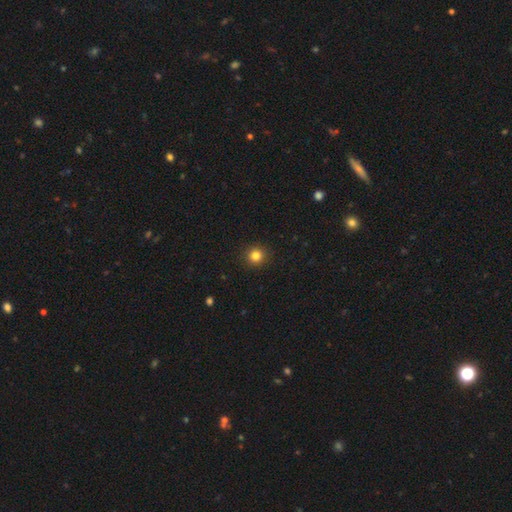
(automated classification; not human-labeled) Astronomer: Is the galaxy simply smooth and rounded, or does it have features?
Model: smooth — 82%.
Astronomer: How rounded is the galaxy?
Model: round — 94%.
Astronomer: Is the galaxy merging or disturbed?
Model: none — 93%.